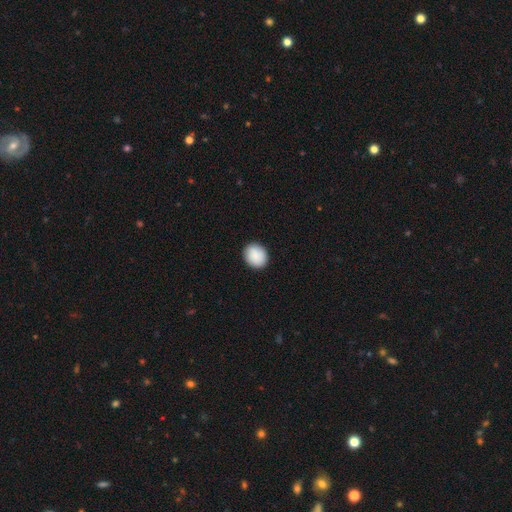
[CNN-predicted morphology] smooth 90%, star or artifact 6%, featured or disk 4%. Down the decision tree: how rounded — round (66%); merging — none (91%).